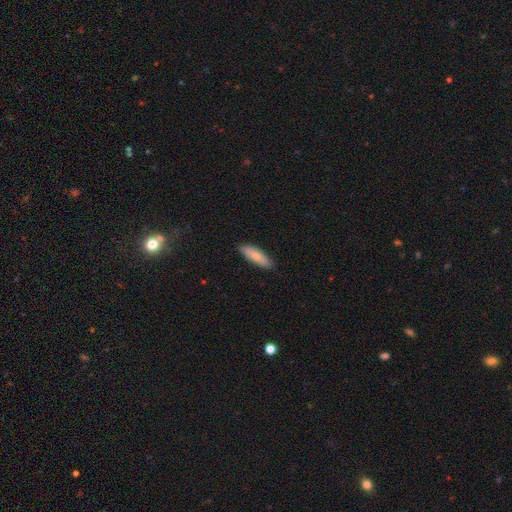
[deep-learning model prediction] Q: Smooth or featured?
A: smooth (79%); runner-up: featured or disk (16%)
Q: How rounded?
A: in between (51%); runner-up: cigar-shaped (47%)
Q: Merging?
A: none (85%); runner-up: minor disturbance (12%)